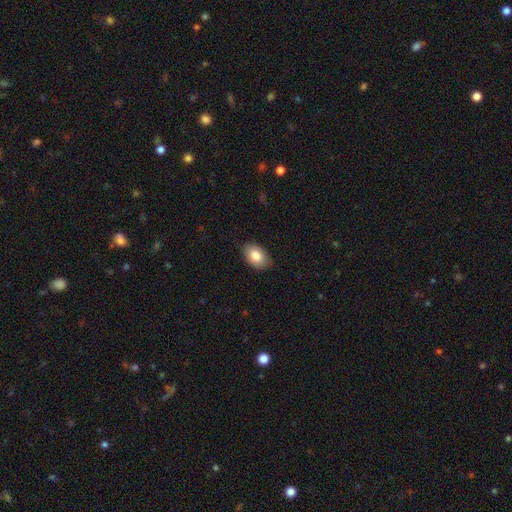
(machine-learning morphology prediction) smooth_or_featured: smooth (p=0.84) [alt: featured or disk p=0.09]
how_rounded: in between (p=0.88) [alt: round p=0.11]
merging: none (p=0.86) [alt: minor disturbance p=0.11]